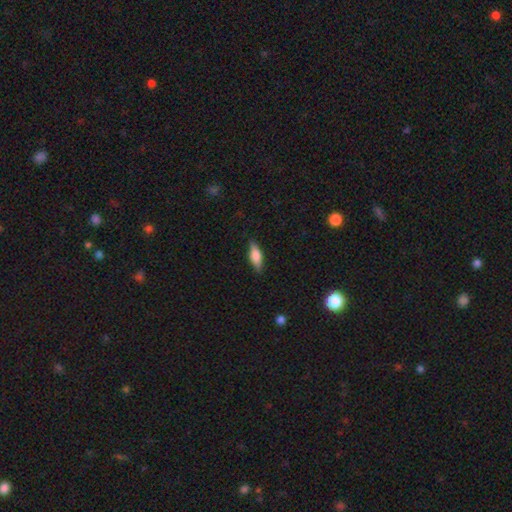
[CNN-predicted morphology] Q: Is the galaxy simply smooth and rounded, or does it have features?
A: smooth — 66%.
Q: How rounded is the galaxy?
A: in between — 60%.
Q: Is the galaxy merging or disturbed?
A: none — 84%.